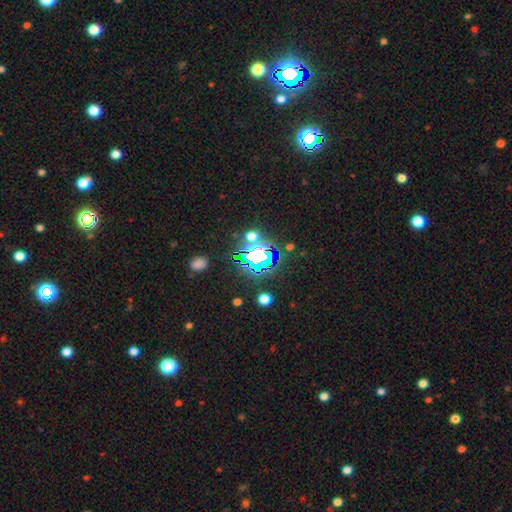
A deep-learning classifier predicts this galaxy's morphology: A star or artifact, not a galaxy (68%).

Vote fractions:
- Smooth or featured? star or artifact: 68% / smooth: 21% / featured or disk: 12%